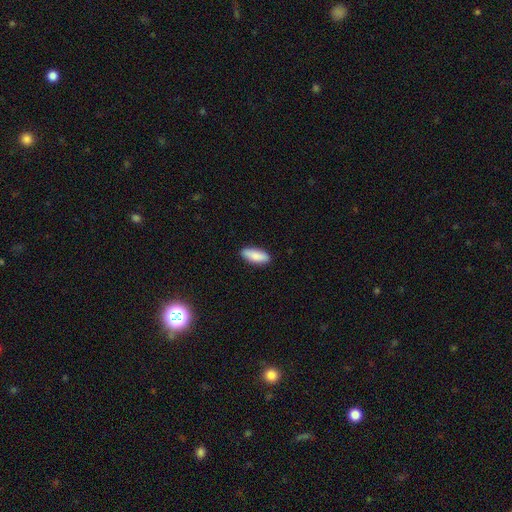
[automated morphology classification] type=smooth (87%); roundness=in between (68%); merging=none (89%).